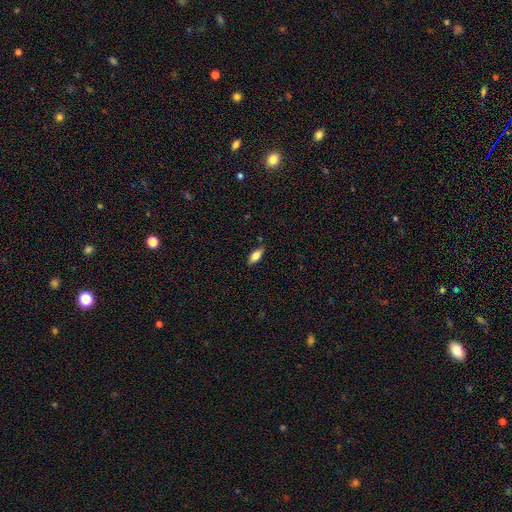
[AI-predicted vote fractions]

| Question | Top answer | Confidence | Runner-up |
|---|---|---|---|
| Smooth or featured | smooth | 72% | featured or disk (21%) |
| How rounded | in between | 80% | cigar-shaped (17%) |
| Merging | none | 83% | minor disturbance (13%) |